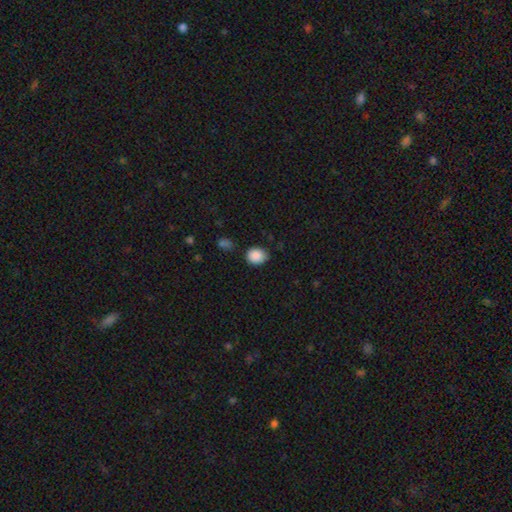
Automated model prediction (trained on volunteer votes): smooth-or-featured: smooth: 88% | star or artifact: 8% | featured or disk: 3%
  how-rounded: round: 54% | in between: 45% | cigar-shaped: 1%
  merging: none: 79% | minor disturbance: 15% | major disturbance: 3% | merger: 3%